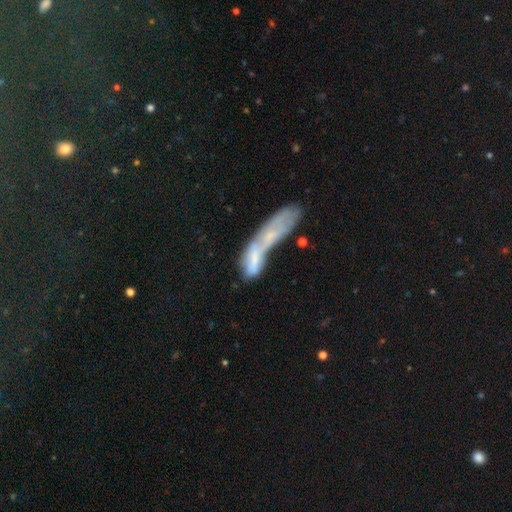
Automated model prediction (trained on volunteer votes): Smooth or featured? Predicted: smooth (p=0.53). How rounded? Predicted: cigar-shaped (p=0.64). Merging? Predicted: merger (p=0.63).